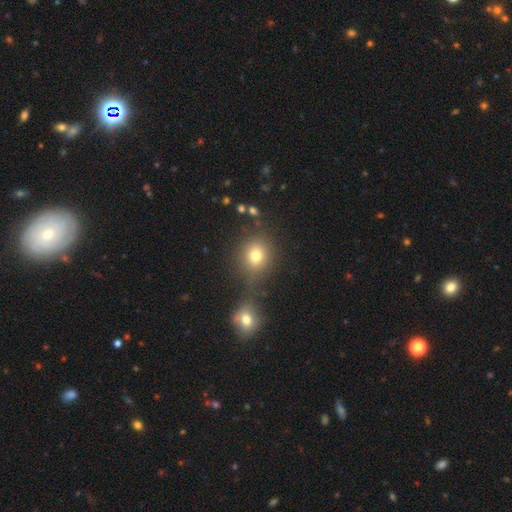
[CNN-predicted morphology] A smooth galaxy with no disk features (75%) that is round (82%). Merging: none (63%).